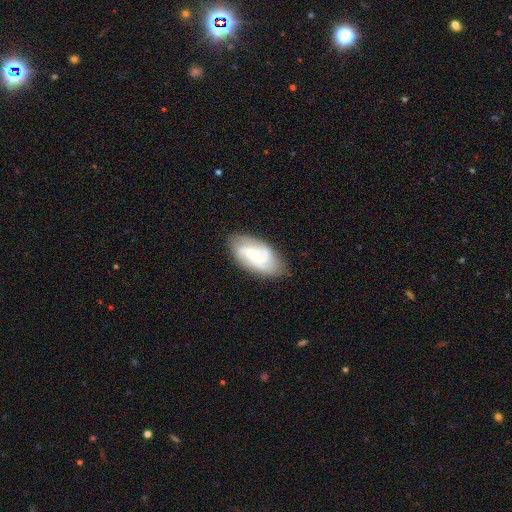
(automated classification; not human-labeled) featured or disk 79%, smooth 16%, star or artifact 6%. Down the decision tree: edge-on disk — no (96%); bar — weak (48%); spiral arms — yes (94%); spiral arm count — 2 (58%); spiral winding — medium (45%); bulge size — small (66%); merging — none (79%).